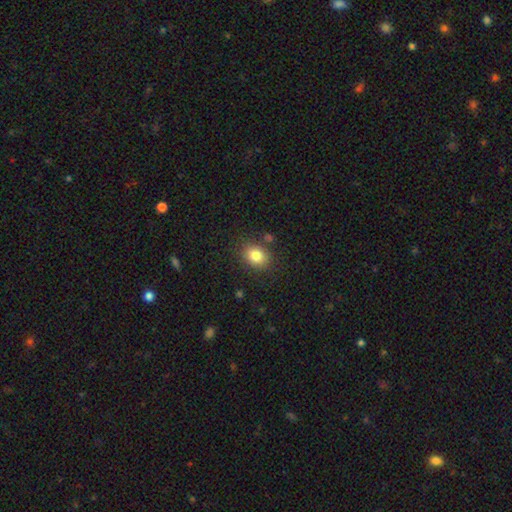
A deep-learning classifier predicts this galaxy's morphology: smooth 82%, star or artifact 10%, featured or disk 8%. Down the decision tree: how rounded — in between (53%); merging — none (82%).